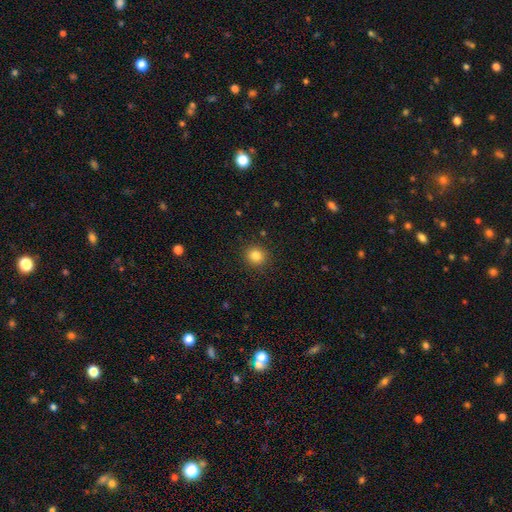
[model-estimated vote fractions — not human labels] Overall: smooth (83%). How rounded: round (89%). Merging: none (91%).